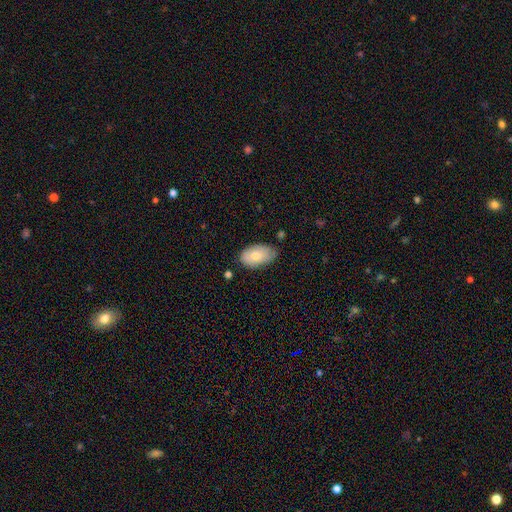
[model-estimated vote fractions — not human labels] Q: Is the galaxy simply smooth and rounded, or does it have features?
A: smooth — 75%.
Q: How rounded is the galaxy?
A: in between — 93%.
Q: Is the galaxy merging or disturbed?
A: none — 65%.